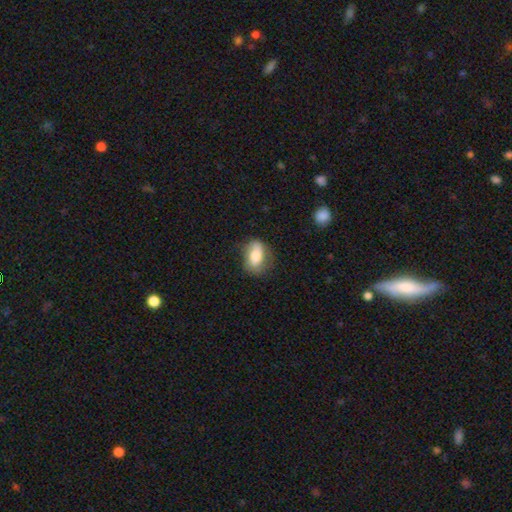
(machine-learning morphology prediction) Smooth or featured? Predicted: smooth (p=0.68). How rounded? Predicted: in between (p=0.83). Merging? Predicted: none (p=0.66).